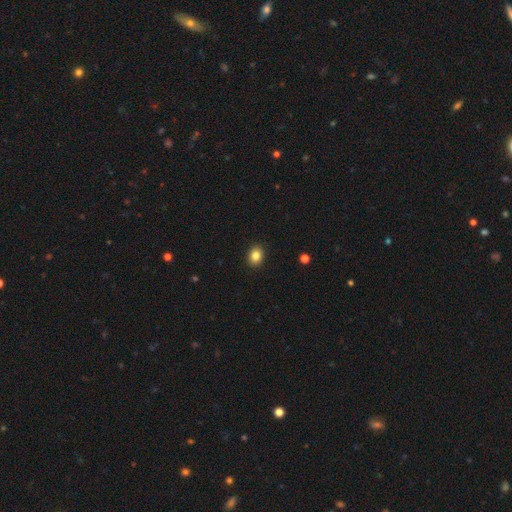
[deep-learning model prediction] Morphology: type=smooth (85%); roundness=in between (51%); merging=none (91%).